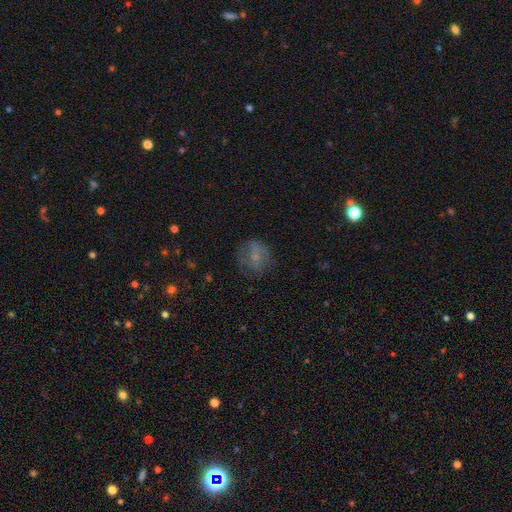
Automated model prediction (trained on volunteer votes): Smooth or featured? Predicted: smooth (p=0.56). How rounded? Predicted: round (p=0.80). Merging? Predicted: none (p=0.68).